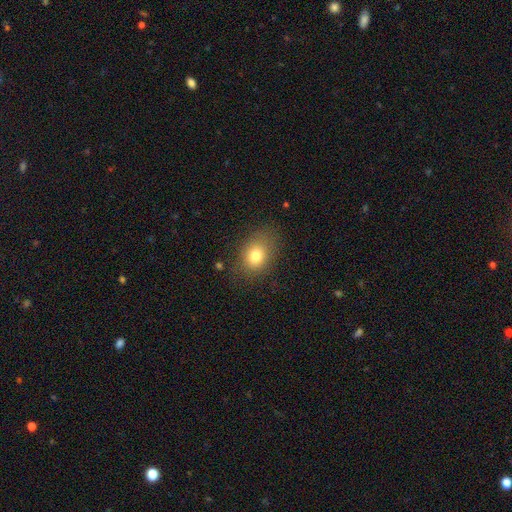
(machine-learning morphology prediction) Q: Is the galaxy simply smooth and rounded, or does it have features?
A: smooth — 78%.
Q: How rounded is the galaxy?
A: in between — 63%.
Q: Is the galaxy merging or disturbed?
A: none — 78%.